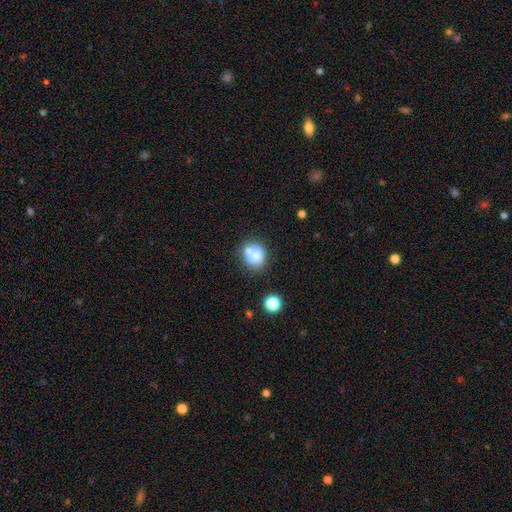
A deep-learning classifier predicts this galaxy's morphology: Smooth or featured: smooth — 65% (featured or disk — 25%)
How rounded: round — 69% (in between — 30%)
Merging: merger — 45% (none — 38%)